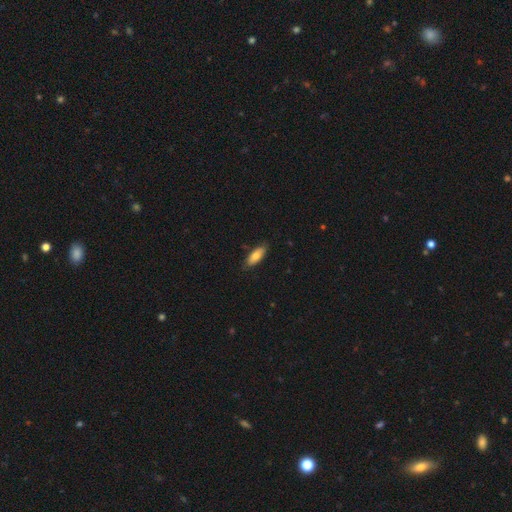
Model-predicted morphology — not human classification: Smooth or featured: smooth — 78% (featured or disk — 16%)
How rounded: in between — 74% (cigar-shaped — 24%)
Merging: none — 83% (minor disturbance — 14%)